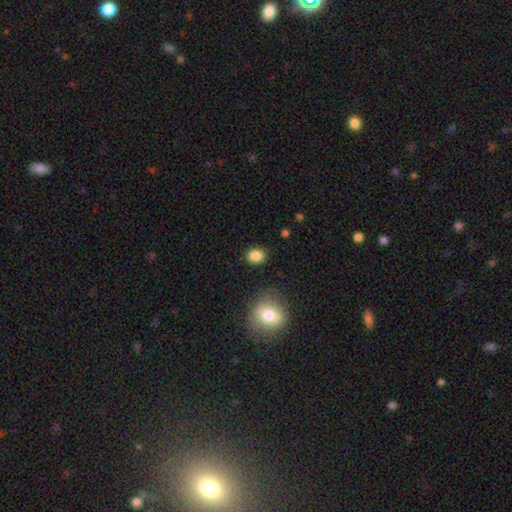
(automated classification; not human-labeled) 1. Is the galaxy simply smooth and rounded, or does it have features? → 86% smooth, 9% star or artifact, 4% featured or disk.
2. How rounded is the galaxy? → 49% in between (tied), 49% round (tied), 1% cigar-shaped.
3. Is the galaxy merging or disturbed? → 86% none, 9% minor disturbance, 3% major disturbance, 2% merger.